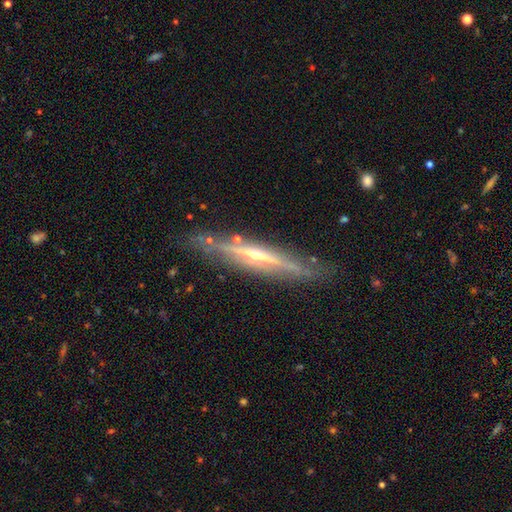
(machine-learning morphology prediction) Smooth or featured?
  - featured or disk: 82% *
  - smooth: 12%
  - star or artifact: 6%
Edge-on disk?
  - yes: 94% *
  - no: 6%
Edge-on bulge?
  - rounded: 79% *
  - none: 16%
  - boxy: 5%
Merging?
  - none: 82% *
  - minor disturbance: 13%
  - major disturbance: 3%
  - merger: 2%